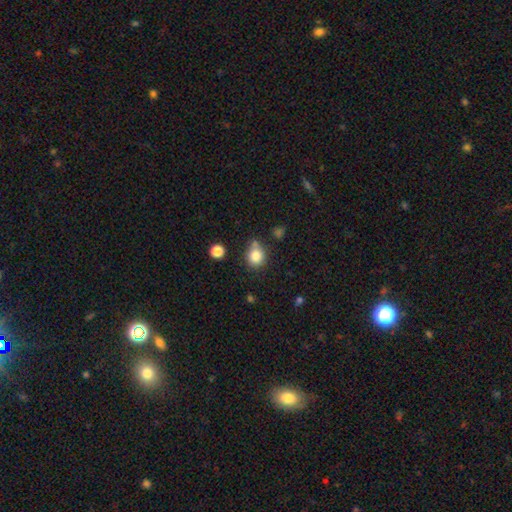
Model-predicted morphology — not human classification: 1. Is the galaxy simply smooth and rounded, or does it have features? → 83% smooth, 11% star or artifact, 6% featured or disk.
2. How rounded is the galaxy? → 80% round, 19% in between, 1% cigar-shaped.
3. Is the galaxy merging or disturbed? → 66% none, 15% minor disturbance, 14% merger, 4% major disturbance.